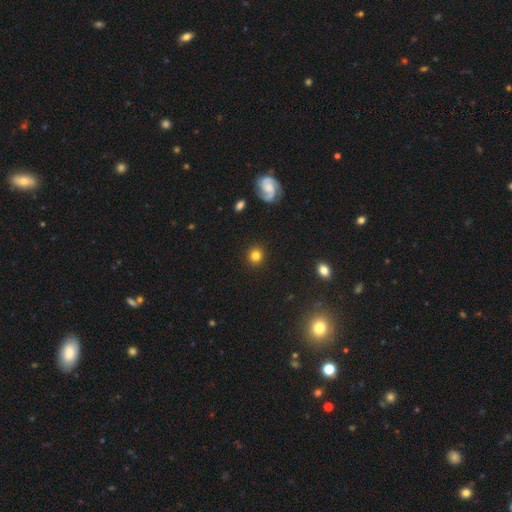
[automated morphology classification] This appears to be a smooth galaxy with no disk features (80%) that is round (91%). Merging: none (91%).